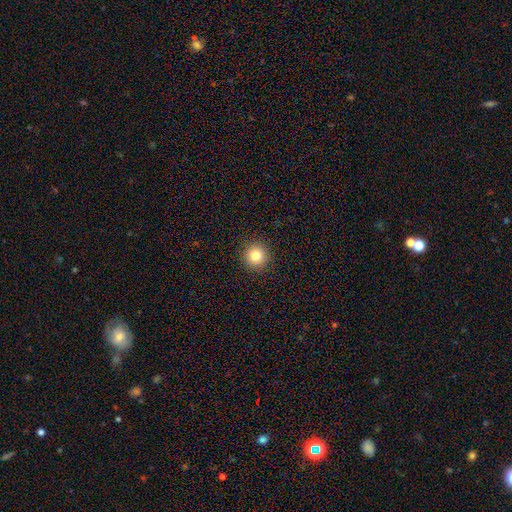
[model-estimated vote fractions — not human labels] Q: Smooth or featured?
A: smooth (82%); runner-up: star or artifact (11%)
Q: How rounded?
A: round (95%); runner-up: in between (4%)
Q: Merging?
A: none (92%); runner-up: minor disturbance (5%)